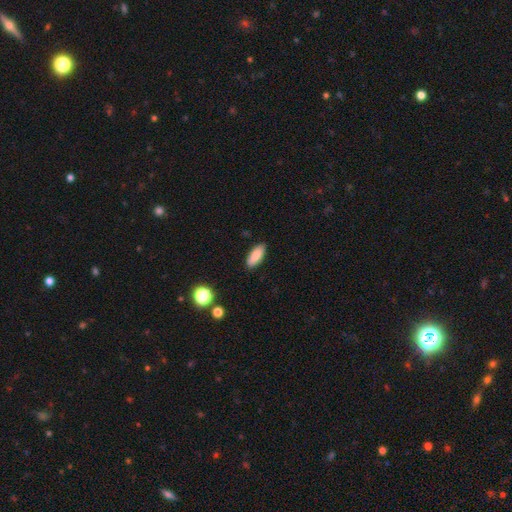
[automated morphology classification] A smooth galaxy with no disk features (86%) that is in between round and cigar-shaped (77%).

Vote fractions:
- Smooth or featured? smooth: 86% / star or artifact: 7% / featured or disk: 7%
- How rounded? in between: 77% / cigar-shaped: 21% / round: 2%
- Merging? none: 87% / minor disturbance: 10% / major disturbance: 2% / merger: 1%